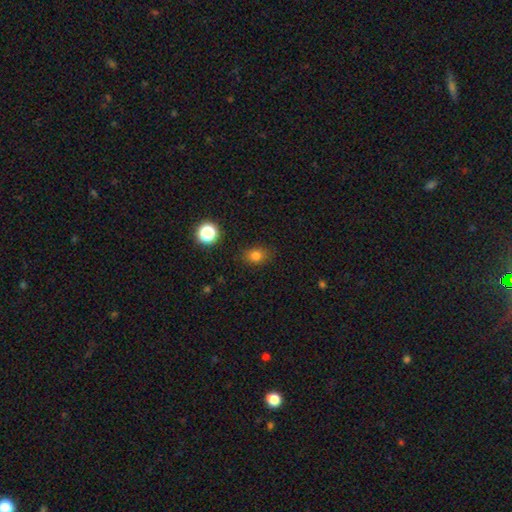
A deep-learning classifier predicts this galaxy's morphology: A smooth galaxy with no disk features (79%) that is in between round and cigar-shaped (55%).

Vote fractions:
- Smooth or featured? smooth: 79% / star or artifact: 15% / featured or disk: 6%
- How rounded? in between: 55% / round: 44% / cigar-shaped: 1%
- Merging? none: 84% / minor disturbance: 11% / major disturbance: 3% / merger: 1%